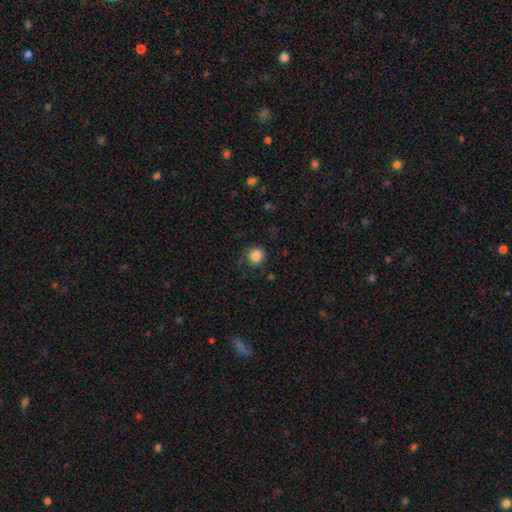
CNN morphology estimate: type=smooth (86%); roundness=round (87%); merging=none (79%).